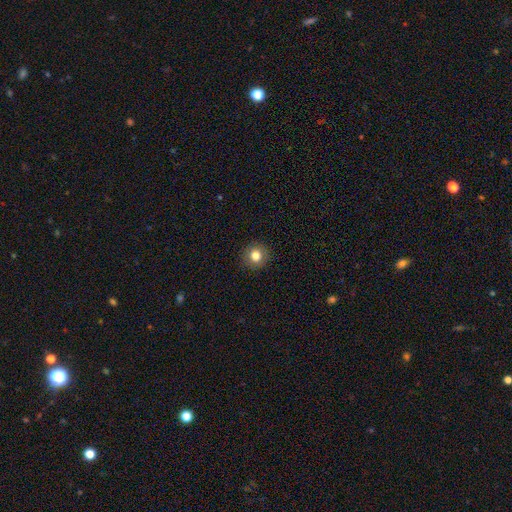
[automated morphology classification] smooth-or-featured: smooth: 81% | star or artifact: 11% | featured or disk: 8%
  how-rounded: round: 92% | in between: 7% | cigar-shaped: 1%
  merging: none: 91% | minor disturbance: 6% | major disturbance: 2% | merger: 1%